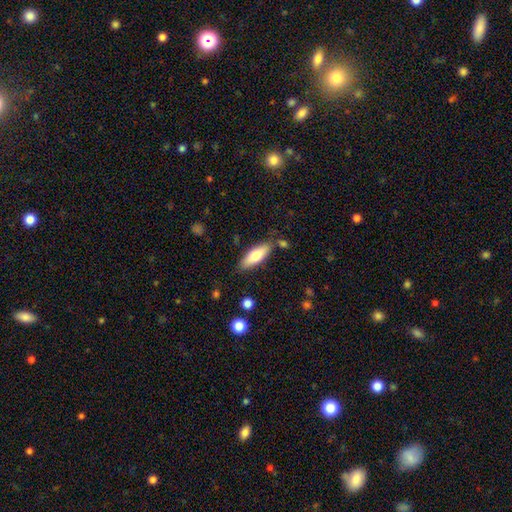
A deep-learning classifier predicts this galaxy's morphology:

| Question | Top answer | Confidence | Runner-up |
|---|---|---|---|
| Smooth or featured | smooth | 71% | featured or disk (23%) |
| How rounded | in between | 61% | cigar-shaped (37%) |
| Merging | none | 81% | minor disturbance (13%) |